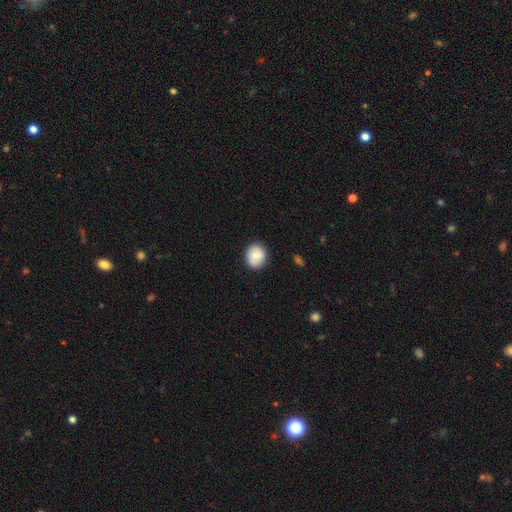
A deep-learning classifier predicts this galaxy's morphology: smooth_or_featured: smooth (p=0.74) [alt: featured or disk p=0.19]
how_rounded: round (p=0.76) [alt: in between p=0.23]
merging: none (p=0.87) [alt: minor disturbance p=0.10]